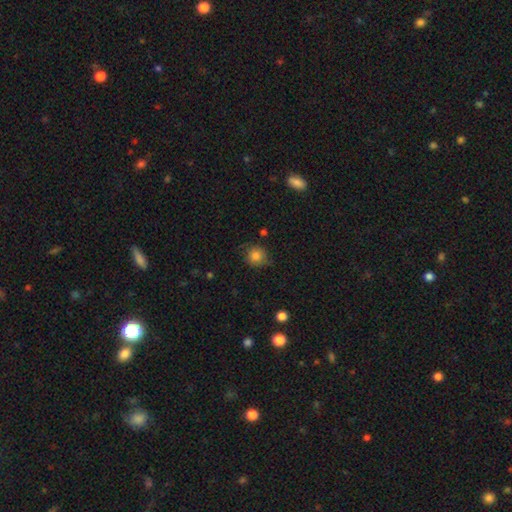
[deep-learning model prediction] Smooth or featured? smooth (82%)
How rounded? round (90%)
Merging? none (76%)